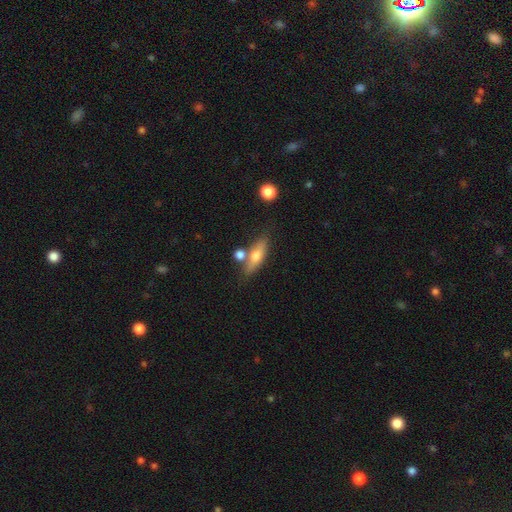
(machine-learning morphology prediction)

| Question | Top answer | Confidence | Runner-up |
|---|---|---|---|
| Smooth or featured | smooth | 60% | featured or disk (32%) |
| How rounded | in between | 50% | cigar-shaped (45%) |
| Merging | none | 64% | merger (18%) |